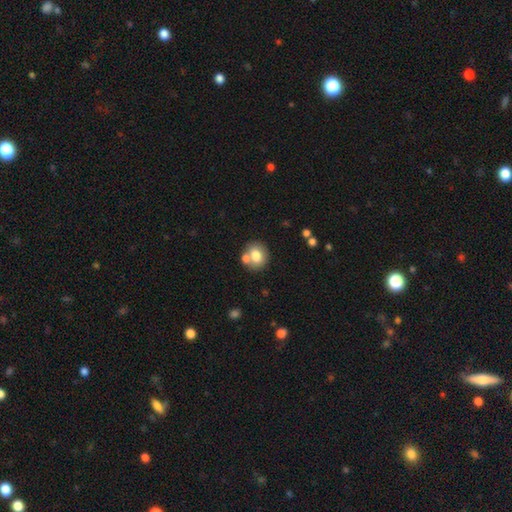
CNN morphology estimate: smooth_or_featured: smooth (p=0.76) [alt: featured or disk p=0.15]
how_rounded: round (p=0.67) [alt: in between p=0.32]
merging: none (p=0.61) [alt: merger p=0.24]